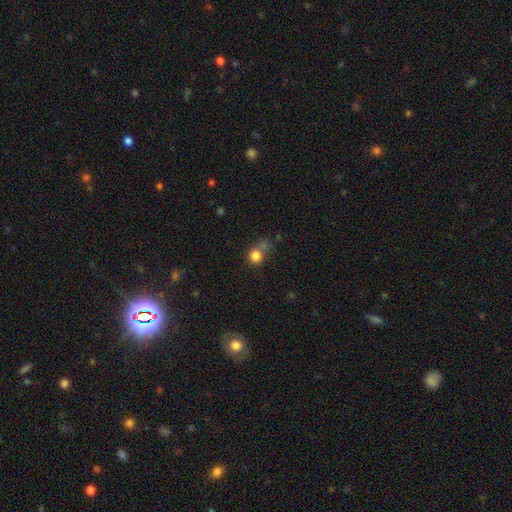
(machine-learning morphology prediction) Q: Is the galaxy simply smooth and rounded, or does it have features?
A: smooth — 81%.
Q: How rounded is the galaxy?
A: round — 84%.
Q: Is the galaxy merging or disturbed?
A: none — 52%.